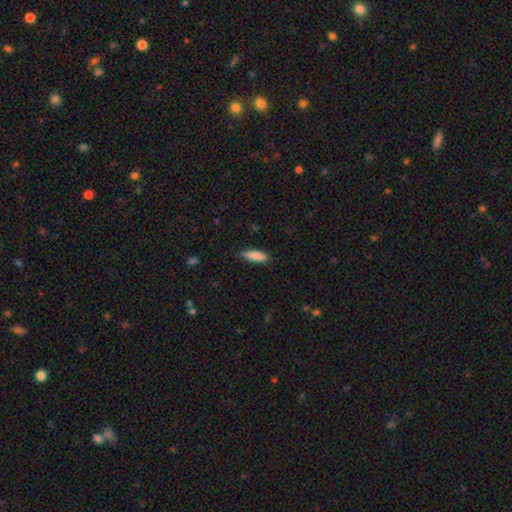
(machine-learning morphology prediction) The model was most divided on "how rounded": in between: 50%, cigar-shaped: 48%, round: 2%. More confident: merging — none (87%); smooth or featured — smooth (86%).